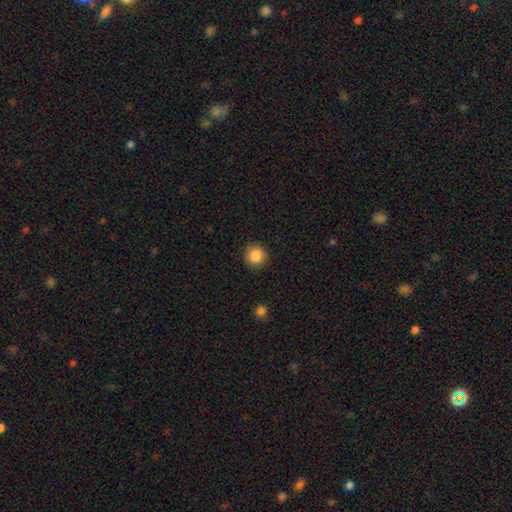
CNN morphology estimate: smooth_or_featured: smooth (p=0.86) [alt: star or artifact p=0.09]
how_rounded: round (p=0.91) [alt: in between p=0.08]
merging: none (p=0.89) [alt: minor disturbance p=0.07]